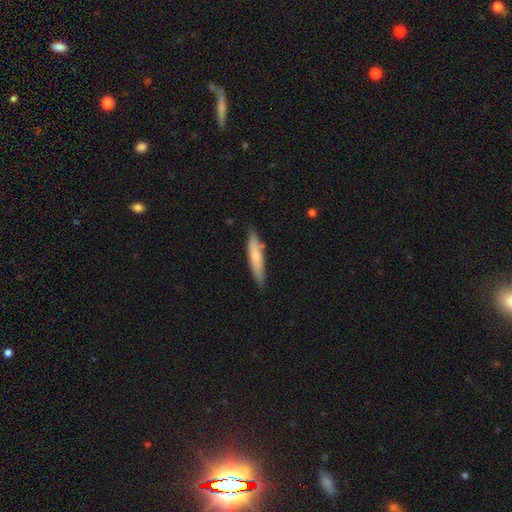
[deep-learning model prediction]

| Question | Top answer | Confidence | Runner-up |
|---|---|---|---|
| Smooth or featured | smooth | 68% | featured or disk (27%) |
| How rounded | cigar-shaped | 83% | in between (15%) |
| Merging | none | 83% | minor disturbance (12%) |